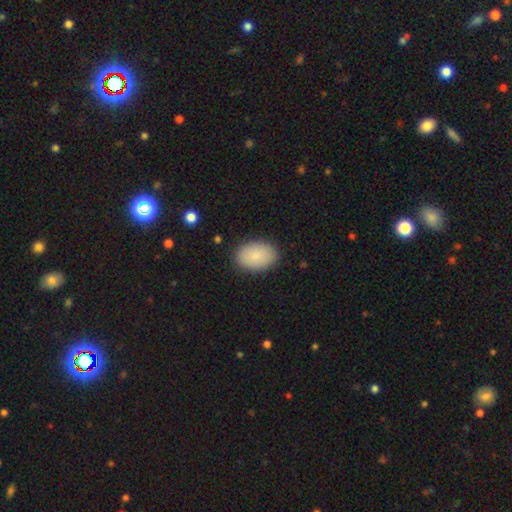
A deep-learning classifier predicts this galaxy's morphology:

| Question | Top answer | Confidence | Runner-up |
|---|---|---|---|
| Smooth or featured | smooth | 88% | star or artifact (6%) |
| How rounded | in between | 87% | round (12%) |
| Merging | none | 88% | minor disturbance (9%) |